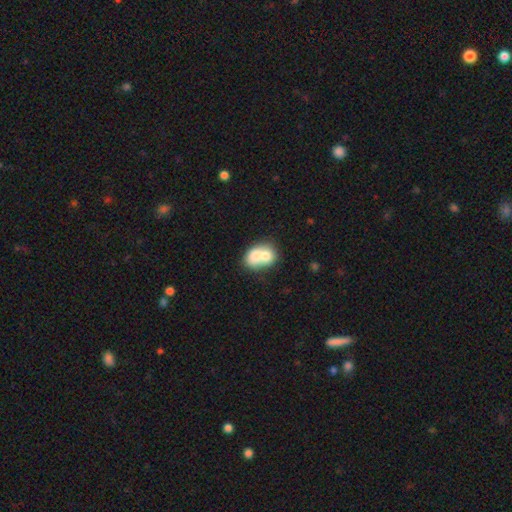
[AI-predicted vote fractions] smooth_or_featured: smooth (p=0.68) [alt: featured or disk p=0.24]
how_rounded: in between (p=0.58) [alt: round p=0.41]
merging: merger (p=0.70) [alt: none p=0.20]